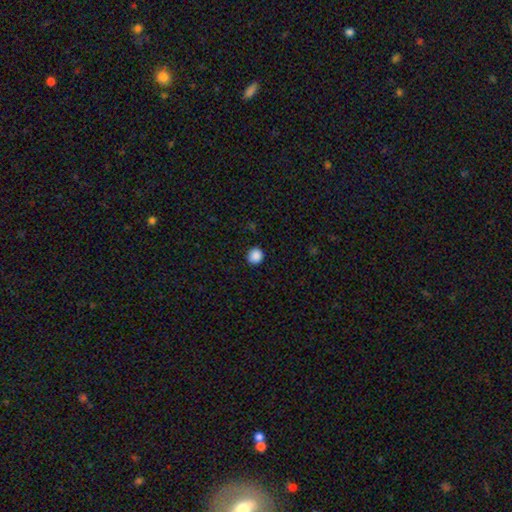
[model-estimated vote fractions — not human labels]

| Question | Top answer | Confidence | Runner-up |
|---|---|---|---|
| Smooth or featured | smooth | 88% | star or artifact (10%) |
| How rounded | round | 91% | in between (8%) |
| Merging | none | 91% | minor disturbance (6%) |